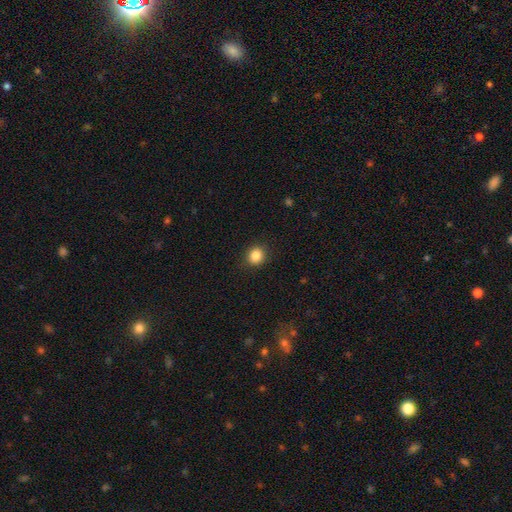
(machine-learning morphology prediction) The model was most divided on "how rounded": round: 79%, in between: 20%, cigar-shaped: 1%. More confident: merging — none (89%); smooth or featured — smooth (86%).